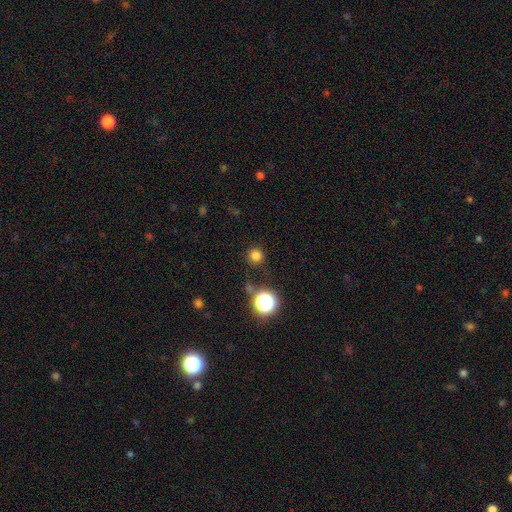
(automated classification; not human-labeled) A smooth galaxy with no disk features (77%) that is round (95%).

Vote fractions:
- Smooth or featured? smooth: 77% / star or artifact: 19% / featured or disk: 4%
- How rounded? round: 95% / in between: 4% / cigar-shaped: 1%
- Merging? none: 87% / minor disturbance: 7% / major disturbance: 3% / merger: 2%